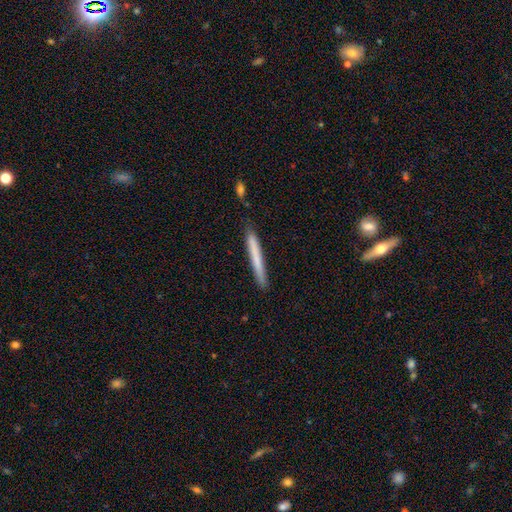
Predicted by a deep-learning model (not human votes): smooth_or_featured: smooth (p=0.67) [alt: featured or disk p=0.27]
how_rounded: cigar-shaped (p=0.97) [alt: in between p=0.02]
merging: none (p=0.86) [alt: minor disturbance p=0.10]